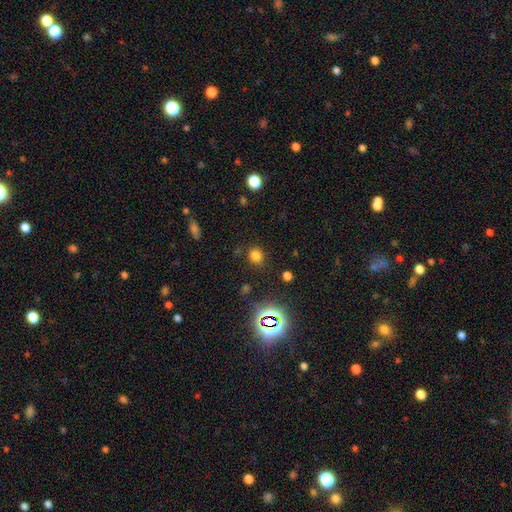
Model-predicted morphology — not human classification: Smooth or featured: smooth — 72% (star or artifact — 22%)
How rounded: round — 64% (in between — 35%)
Merging: none — 82% (minor disturbance — 11%)